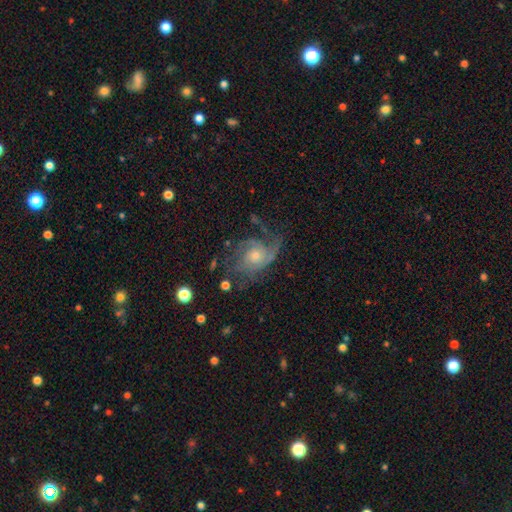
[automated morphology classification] A featured or disk galaxy (82%) with no bar (76%), 2 (29%) medium (42%) spiral arms (94%) and a moderate central bulge (48%).

Vote fractions:
- Smooth or featured? featured or disk: 82% / smooth: 10% / star or artifact: 8%
- Edge-on disk? no: 97% / yes: 3%
- Bar? no: 76% / weak: 21% / strong: 3%
- Spiral arms? yes: 94% / no: 6%
- Spiral winding? medium: 42% / tight: 33% / loose: 24%
- Spiral arm count? 2: 29% / can't tell: 24% / 3: 22% / 1: 12% / 4: 7% / more than 4: 5%
- Bulge size? moderate: 48% / small: 45% / large: 3% / none: 2% / dominant: 1%
- Merging? none: 55% / major disturbance: 22% / minor disturbance: 20% / merger: 2%